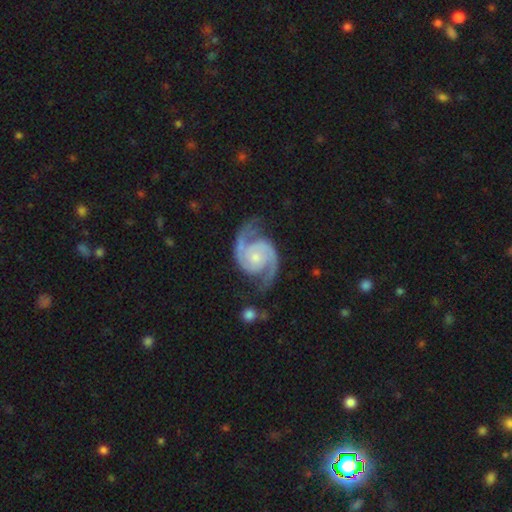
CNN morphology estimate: type=featured or disk (94%); edge-on=no (98%); bar=no (69%); spiral arms=yes (99%); winding=medium (58%); arm count=2 (95%); bulge=small (53%); merging=none (75%).